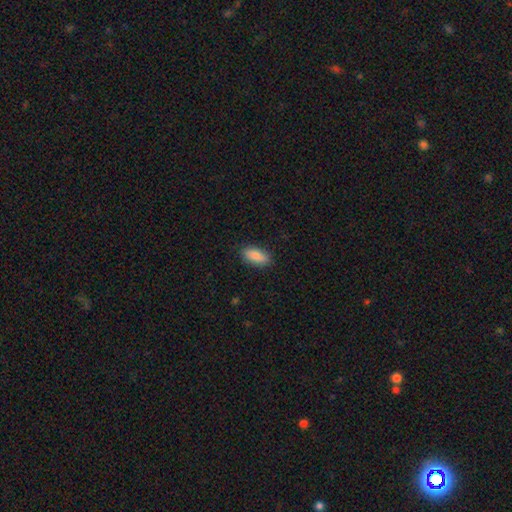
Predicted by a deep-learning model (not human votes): Overall: smooth (86%). How rounded: in between (87%). Merging: none (87%).